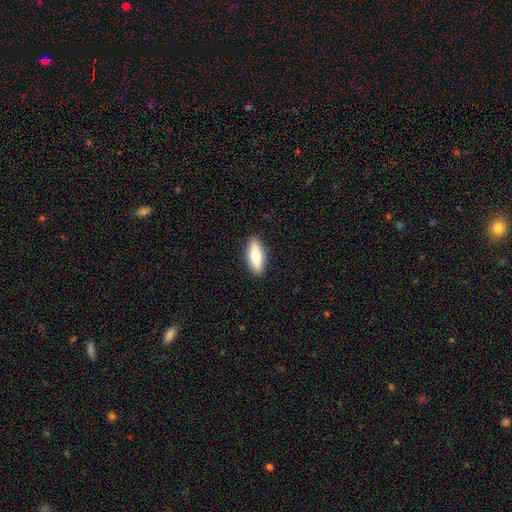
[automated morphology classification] Q: Smooth or featured?
A: smooth (74%); runner-up: featured or disk (21%)
Q: How rounded?
A: in between (60%); runner-up: cigar-shaped (38%)
Q: Merging?
A: none (90%); runner-up: minor disturbance (8%)